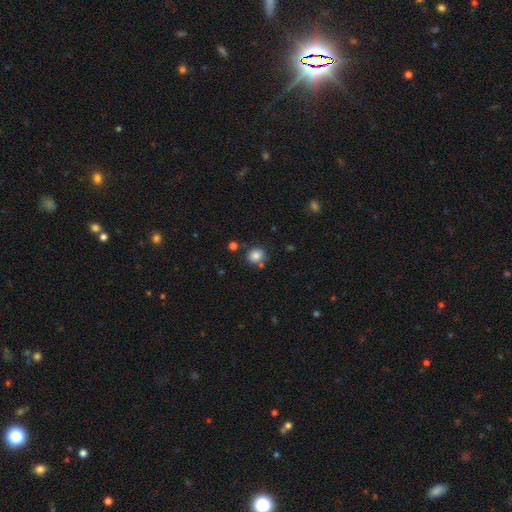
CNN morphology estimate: The model was most divided on "how rounded": round: 77%, in between: 22%, cigar-shaped: 1%. More confident: smooth or featured — smooth (84%); merging — none (77%).